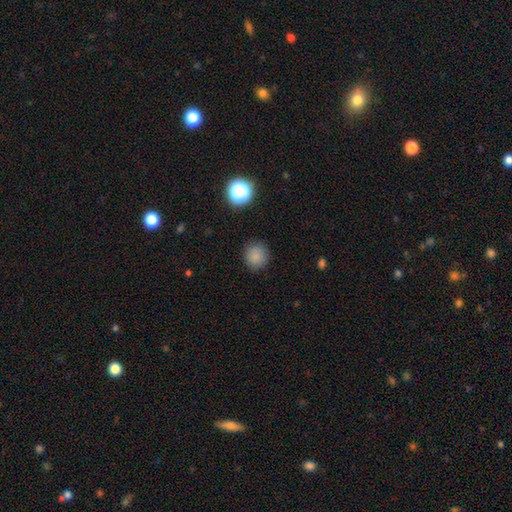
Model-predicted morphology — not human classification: Overall: smooth (83%). How rounded: round (90%). Merging: none (88%).